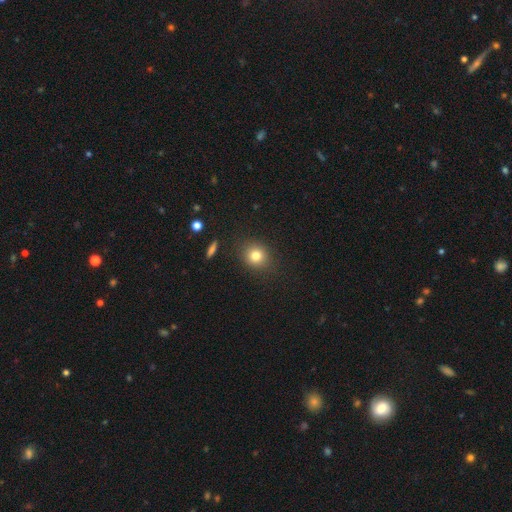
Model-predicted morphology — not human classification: smooth 80%, star or artifact 12%, featured or disk 8%. Down the decision tree: how rounded — round (81%); merging — none (87%).